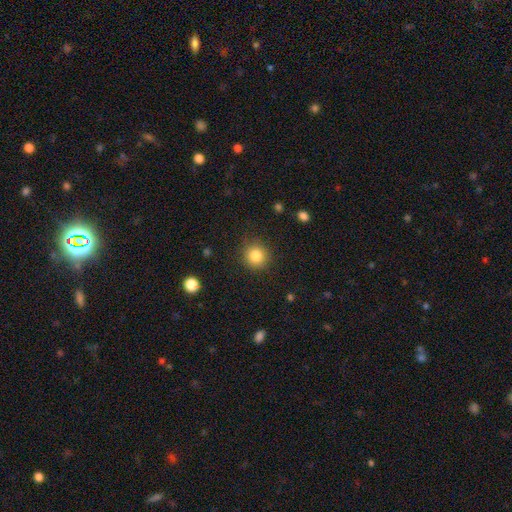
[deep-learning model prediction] Smooth or featured? Predicted: smooth (p=0.84). How rounded? Predicted: round (p=0.91). Merging? Predicted: none (p=0.87).